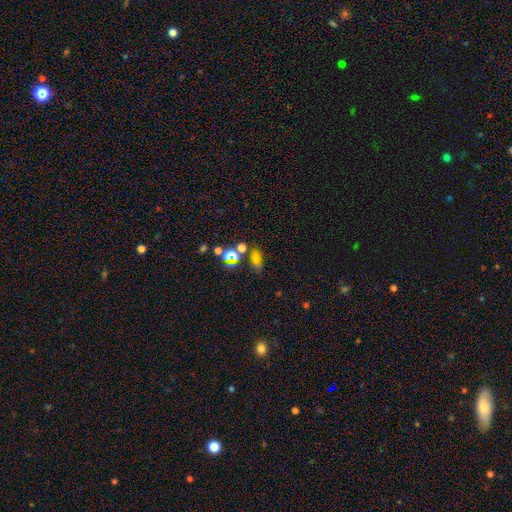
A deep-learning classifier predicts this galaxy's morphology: type=smooth (49%); merging=none (65%).